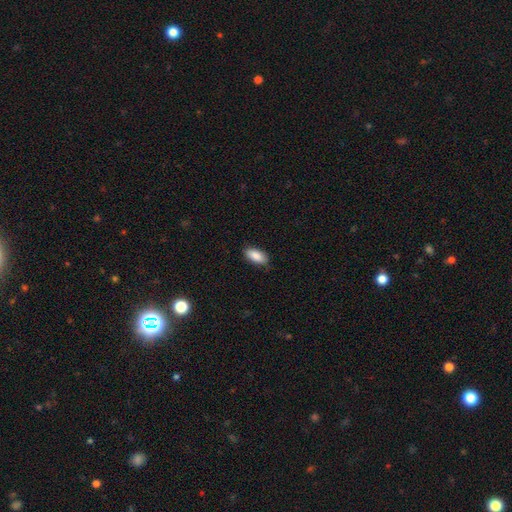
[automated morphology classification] Q: Smooth or featured?
A: smooth (88%); runner-up: star or artifact (7%)
Q: How rounded?
A: in between (90%); runner-up: cigar-shaped (7%)
Q: Merging?
A: none (82%); runner-up: minor disturbance (14%)